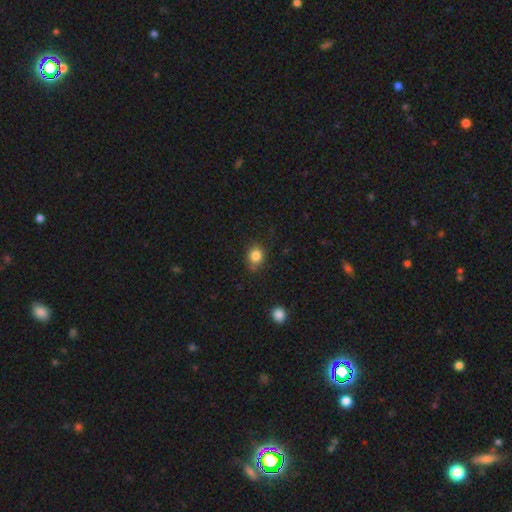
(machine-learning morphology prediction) type=smooth (84%); roundness=round (69%); merging=none (77%).